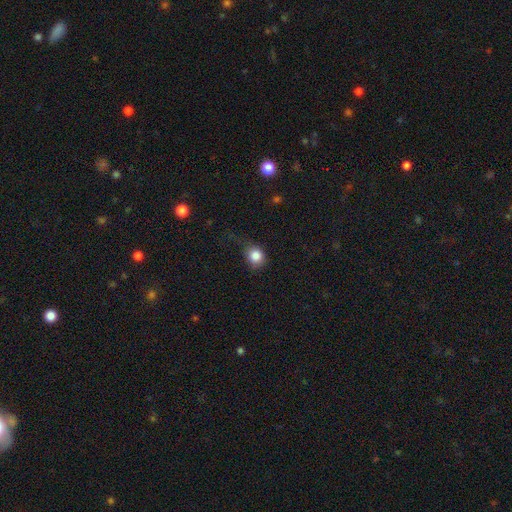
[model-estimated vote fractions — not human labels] A smooth galaxy with no disk features (83%) that is round (76%).

Vote fractions:
- Smooth or featured? smooth: 83% / star or artifact: 10% / featured or disk: 7%
- How rounded? round: 76% / in between: 23% / cigar-shaped: 1%
- Merging? none: 55% / minor disturbance: 28% / major disturbance: 15% / merger: 2%